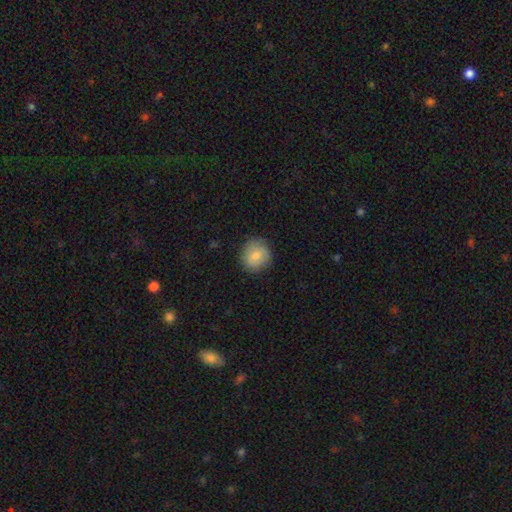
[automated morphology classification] type=smooth (79%); roundness=round (86%); merging=none (83%).